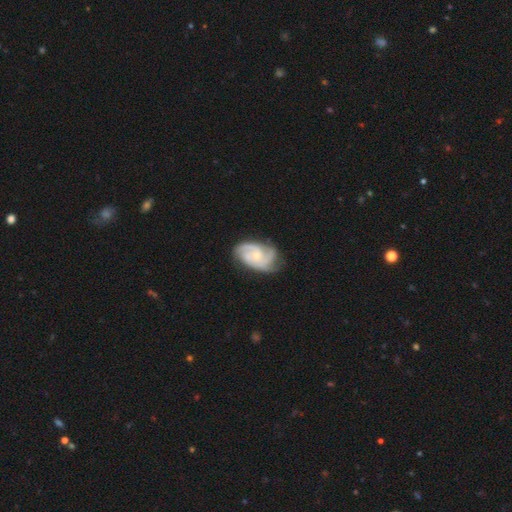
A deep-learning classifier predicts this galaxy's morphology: A featured or disk galaxy (87%) with no bar (72%), 3 (55%) tight (50%) spiral arms (98%) and a small central bulge (64%).

Vote fractions:
- Smooth or featured? featured or disk: 87% / smooth: 9% / star or artifact: 5%
- Edge-on disk? no: 98% / yes: 2%
- Bar? no: 72% / weak: 24% / strong: 4%
- Spiral arms? yes: 98% / no: 2%
- Spiral winding? tight: 50% / medium: 41% / loose: 8%
- Spiral arm count? 3: 55% / 2: 20% / can't tell: 9% / 4: 8% / 1: 4% / more than 4: 4%
- Bulge size? small: 64% / moderate: 33% / none: 2% / large: 1% / dominant: 1%
- Merging? none: 70% / minor disturbance: 22% / major disturbance: 7% / merger: 1%